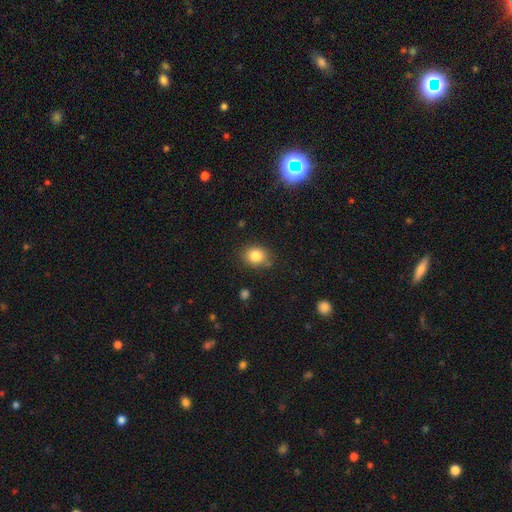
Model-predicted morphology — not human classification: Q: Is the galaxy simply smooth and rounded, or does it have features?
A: smooth — 84%.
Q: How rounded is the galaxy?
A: round — 62%.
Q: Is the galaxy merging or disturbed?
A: none — 80%.